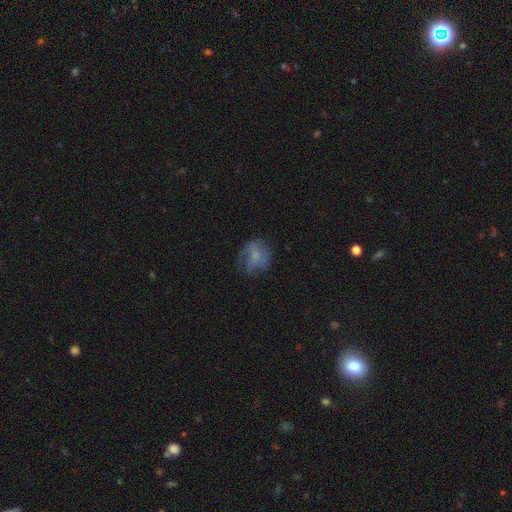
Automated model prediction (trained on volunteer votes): Smooth or featured: featured or disk — 45% (smooth — 44%)
Merging: none — 52% (major disturbance — 23%)